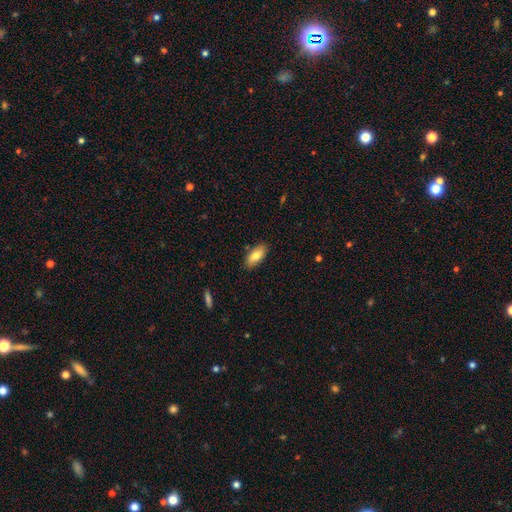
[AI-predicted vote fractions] Morphology: type=smooth (78%); roundness=in between (88%); merging=none (87%).